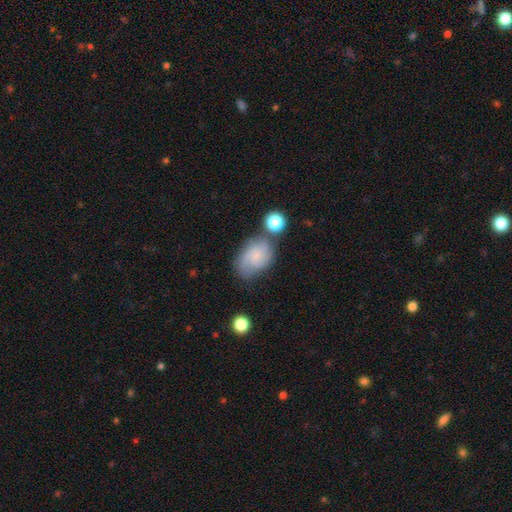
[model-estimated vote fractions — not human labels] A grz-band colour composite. It shows a featured or disk galaxy (49%). Merging: none (56%).